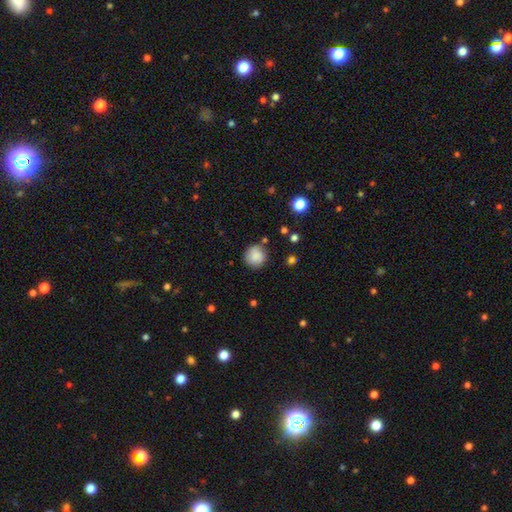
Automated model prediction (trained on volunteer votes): Smooth or featured? Predicted: smooth (p=0.87). How rounded? Predicted: round (p=0.93). Merging? Predicted: none (p=0.83).